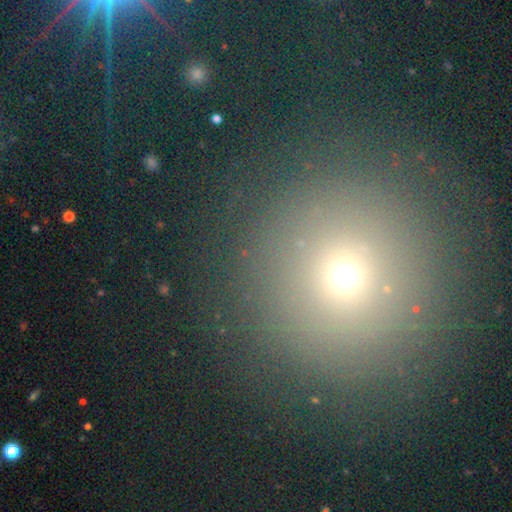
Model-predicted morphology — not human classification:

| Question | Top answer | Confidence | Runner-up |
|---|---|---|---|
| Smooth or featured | smooth | 63% | star or artifact (27%) |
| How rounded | round | 95% | in between (4%) |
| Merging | none | 85% | minor disturbance (7%) |